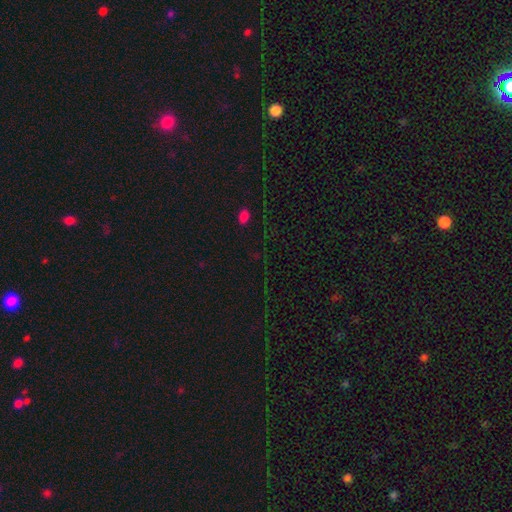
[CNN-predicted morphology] This is possibly a star or artifact rather than a galaxy (58%).